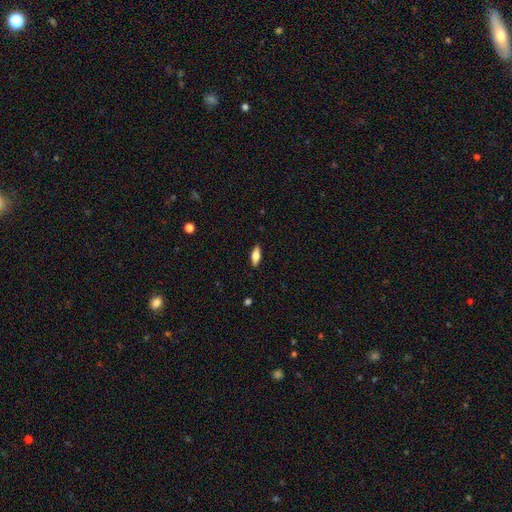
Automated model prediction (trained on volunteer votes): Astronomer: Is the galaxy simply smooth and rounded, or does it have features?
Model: smooth — 69%.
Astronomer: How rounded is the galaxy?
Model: in between — 71%.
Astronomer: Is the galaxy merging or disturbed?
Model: none — 88%.